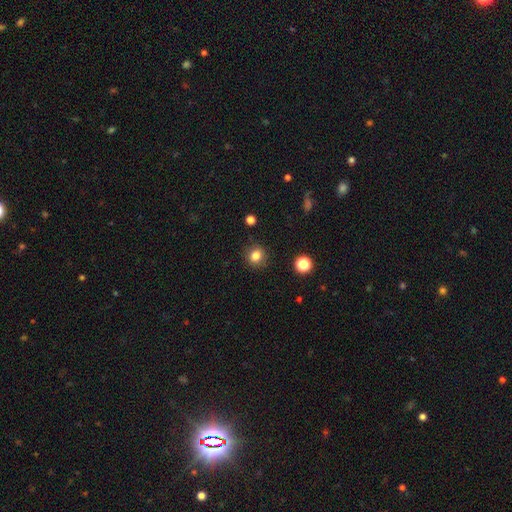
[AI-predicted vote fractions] Smooth or featured? Predicted: smooth (p=0.82). How rounded? Predicted: round (p=0.85). Merging? Predicted: none (p=0.88).